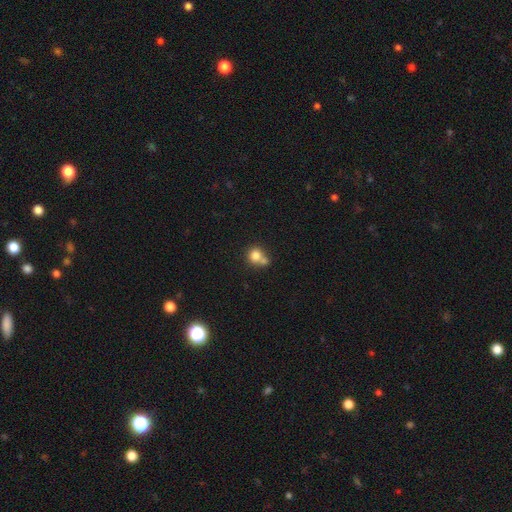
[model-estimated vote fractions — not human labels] Q: Smooth or featured?
A: smooth (79%); runner-up: star or artifact (11%)
Q: How rounded?
A: round (85%); runner-up: in between (14%)
Q: Merging?
A: merger (44%); runner-up: none (43%)